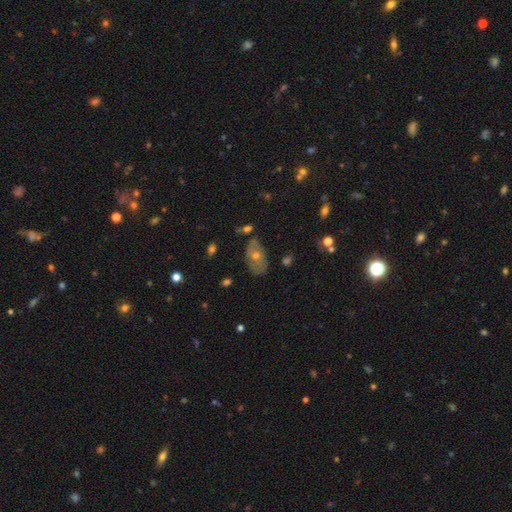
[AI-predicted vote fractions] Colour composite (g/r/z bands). It shows a featured or disk galaxy (46%). Merging: none (67%).